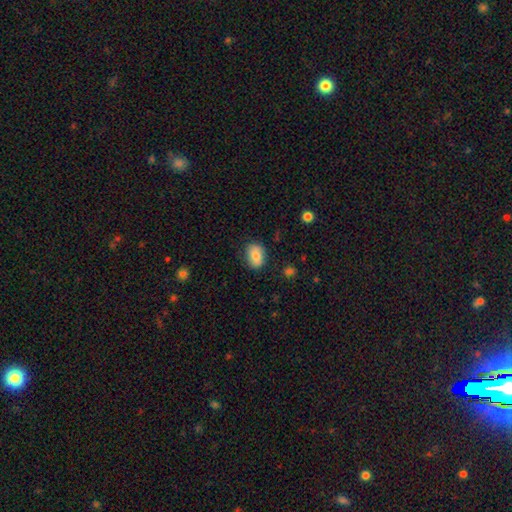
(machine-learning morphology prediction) This is likely a smooth galaxy (78%). How rounded: likely in between (74%). Merging: likely none (78%).